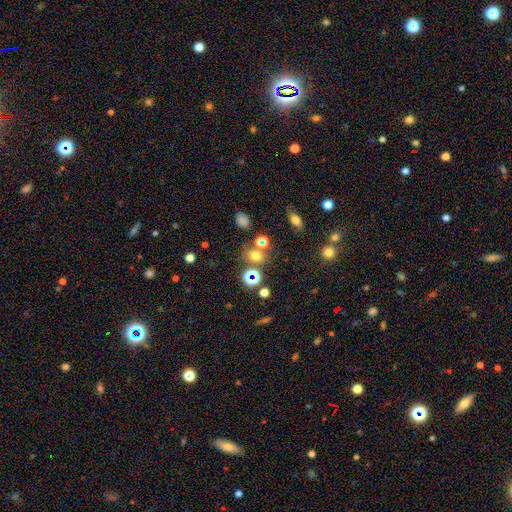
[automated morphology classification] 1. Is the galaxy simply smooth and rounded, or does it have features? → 56% smooth, 34% star or artifact, 10% featured or disk.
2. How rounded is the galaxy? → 62% round, 37% in between, 2% cigar-shaped.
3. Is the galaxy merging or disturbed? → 68% none, 16% merger, 11% minor disturbance, 5% major disturbance.